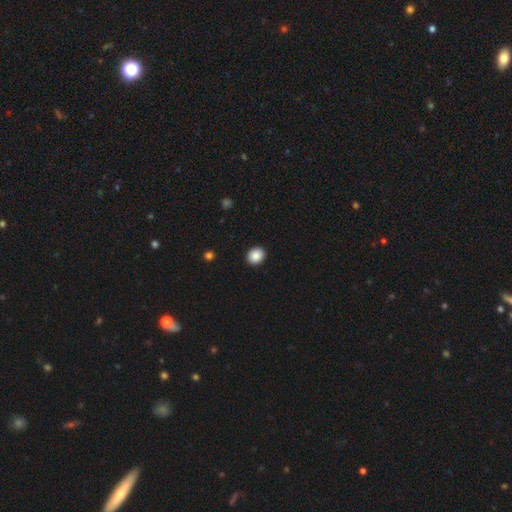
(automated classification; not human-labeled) This appears to be a smooth galaxy with no disk features (88%) that is round (65%). Merging: none (92%).